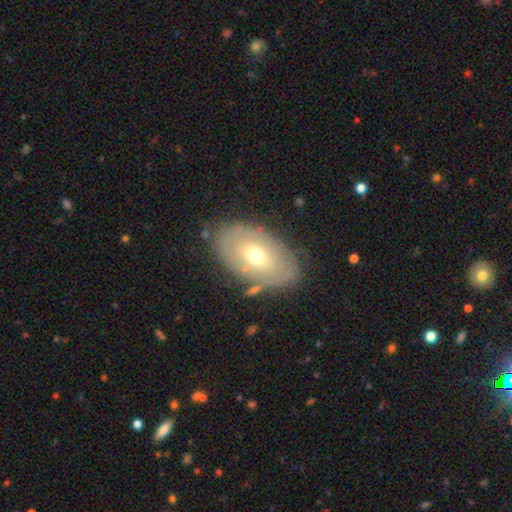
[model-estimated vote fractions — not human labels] Overall: smooth (48%; featured or disk 44%). Merging: none (75%).